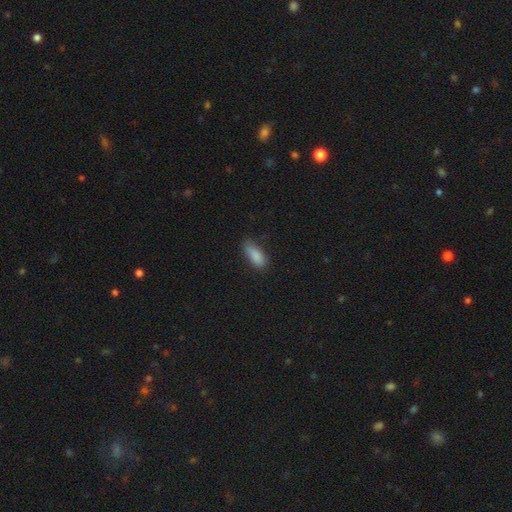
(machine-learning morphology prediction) smooth 87%, star or artifact 7%, featured or disk 5%. Down the decision tree: how rounded — in between (78%); merging — none (72%).